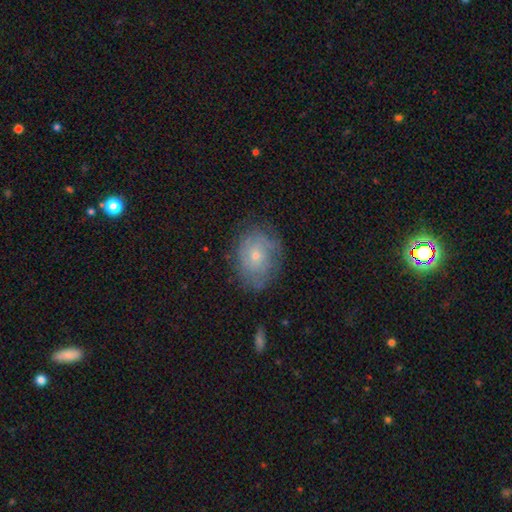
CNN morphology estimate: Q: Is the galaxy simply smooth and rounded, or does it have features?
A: featured or disk — 48%.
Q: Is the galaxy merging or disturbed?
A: none — 68%.